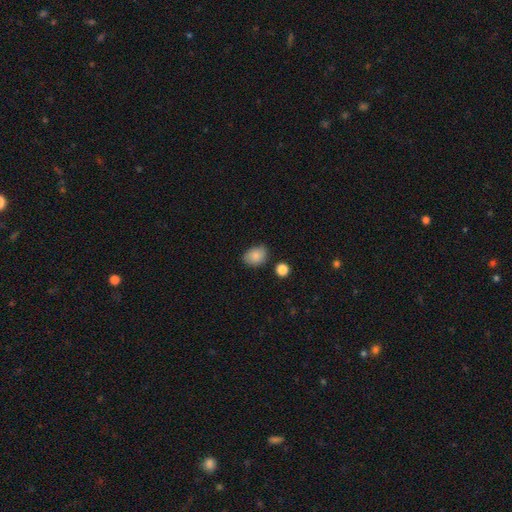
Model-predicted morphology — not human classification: The model was most divided on "how rounded": in between: 69%, round: 30%, cigar-shaped: 1%. More confident: smooth or featured — smooth (85%); merging — none (74%).